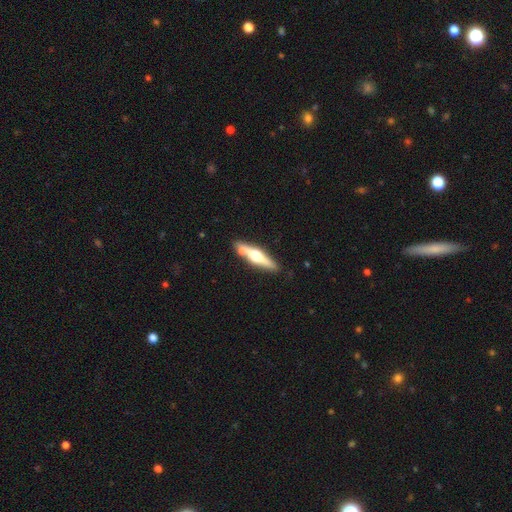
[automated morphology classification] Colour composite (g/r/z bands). It shows a featured or disk galaxy (65%) viewed edge-on (94%) with a rounded central bulge (93%). Merging: none (78%).